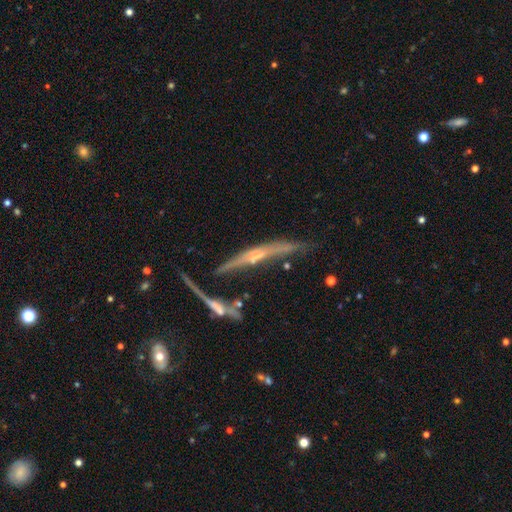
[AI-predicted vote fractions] Smooth or featured? Predicted: featured or disk (p=0.71). Edge-on disk? Predicted: yes (p=0.88). Edge-on bulge? Predicted: rounded (p=0.57). Merging? Predicted: none (p=0.46).